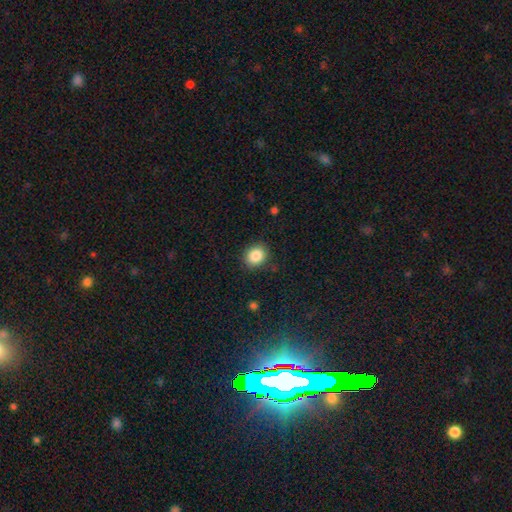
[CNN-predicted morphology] A smooth galaxy with no disk features (86%) that is round (68%). Merging: none (86%).